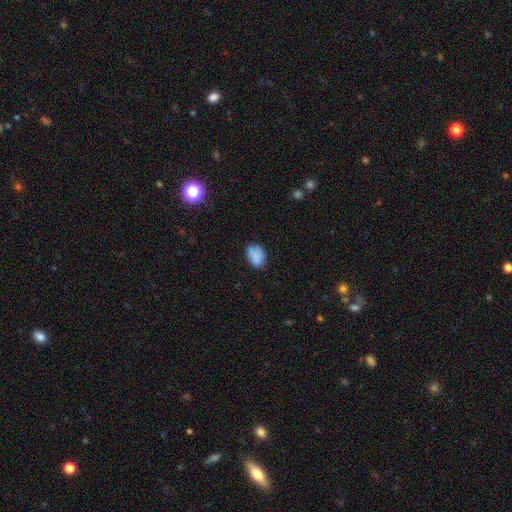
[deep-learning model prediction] Smooth or featured?
  - smooth: 84% *
  - star or artifact: 9%
  - featured or disk: 7%
How rounded?
  - in between: 77% *
  - round: 22%
  - cigar-shaped: 1%
Merging?
  - none: 69% *
  - minor disturbance: 24%
  - major disturbance: 5%
  - merger: 2%